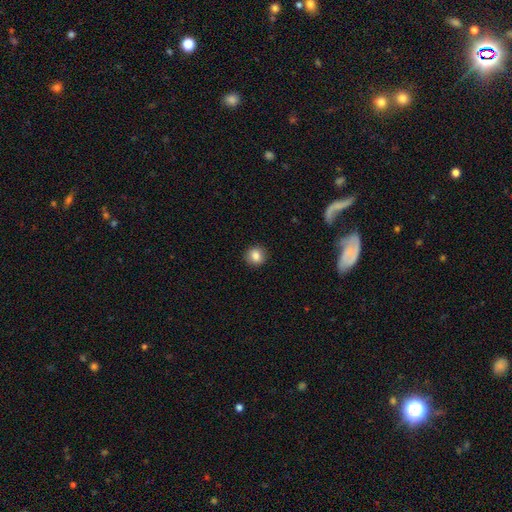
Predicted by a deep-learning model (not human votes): Smooth or featured: smooth — 84% (star or artifact — 9%)
How rounded: round — 89% (in between — 10%)
Merging: none — 92% (minor disturbance — 6%)